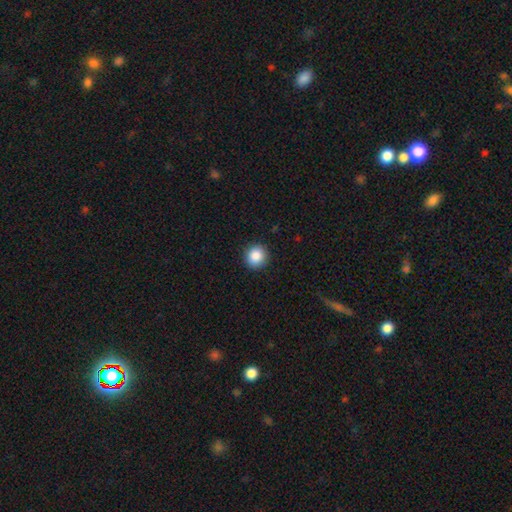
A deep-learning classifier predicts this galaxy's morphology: The model was most divided on "smooth or featured": smooth: 87%, star or artifact: 9%, featured or disk: 4%. More confident: how rounded — round (92%); merging — none (91%).